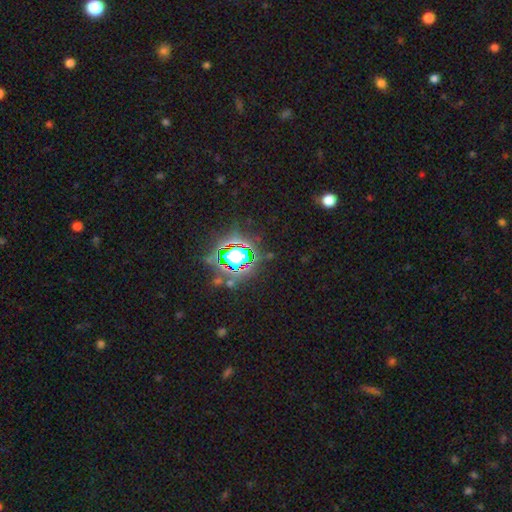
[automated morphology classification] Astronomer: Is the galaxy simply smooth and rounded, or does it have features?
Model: star or artifact — 80%.